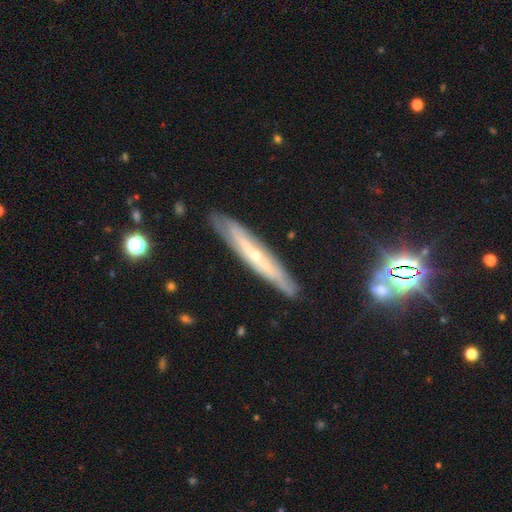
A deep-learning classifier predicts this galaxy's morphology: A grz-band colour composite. It shows a featured or disk galaxy (67%) viewed edge-on (74%). Merging: none (83%).